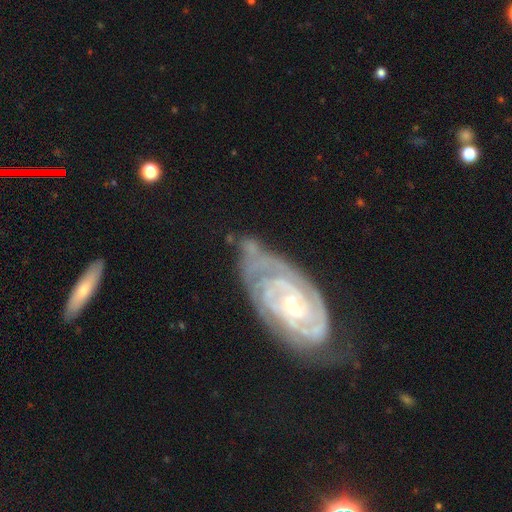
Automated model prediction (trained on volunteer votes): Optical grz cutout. It shows a featured or disk galaxy (85%) with no bar (54%), 2 (37%) tight (77%) spiral arms (96%) and a small central bulge (58%). Merging: none (50%).